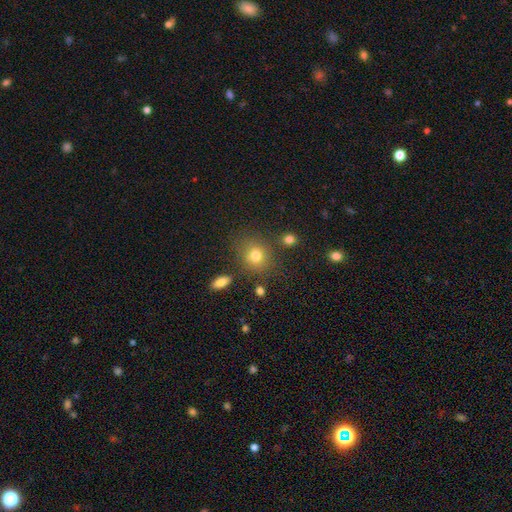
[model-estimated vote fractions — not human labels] Q: Smooth or featured?
A: smooth (77%); runner-up: star or artifact (14%)
Q: How rounded?
A: round (79%); runner-up: in between (20%)
Q: Merging?
A: none (77%); runner-up: minor disturbance (13%)